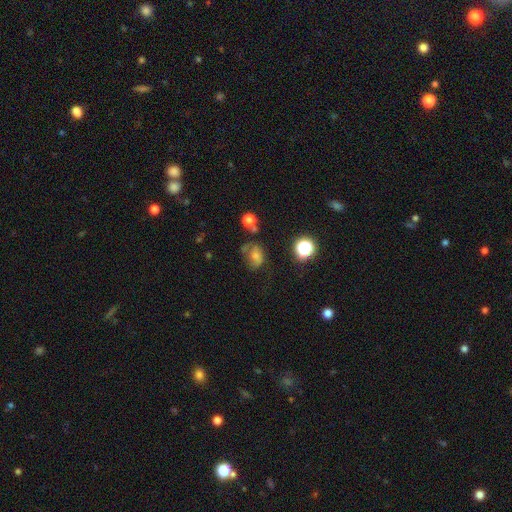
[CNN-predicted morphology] This is possibly a smooth galaxy (47%). Merging: marginally none (44%).